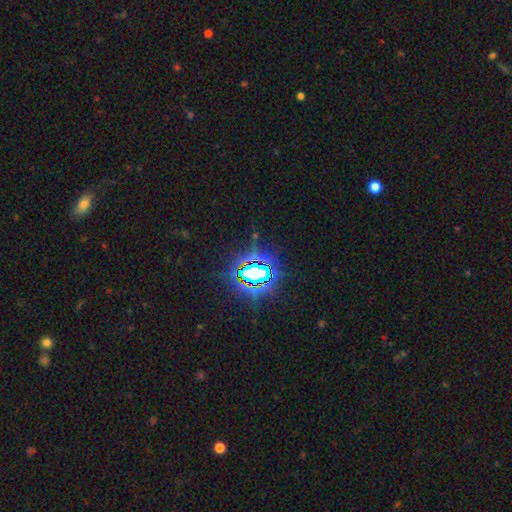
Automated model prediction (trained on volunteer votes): This appears to be a star or artifact, not a galaxy (83%).